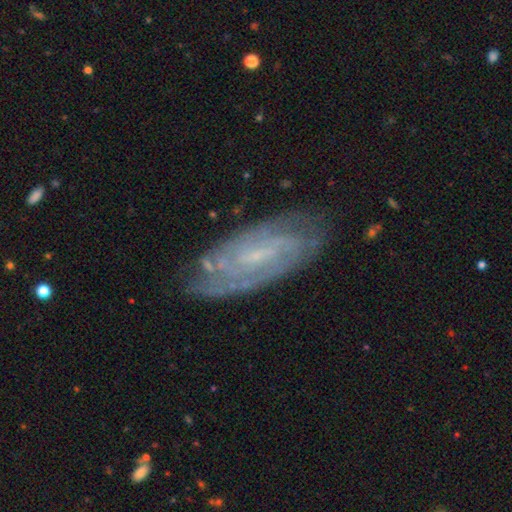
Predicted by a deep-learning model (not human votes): Morphology: type=featured or disk (81%); edge-on=no (92%); bar=weak (48%); spiral arms=yes (94%); winding=tight (61%); arm count=2 (35%, tied with can't tell); bulge=small (72%); merging=none (76%).